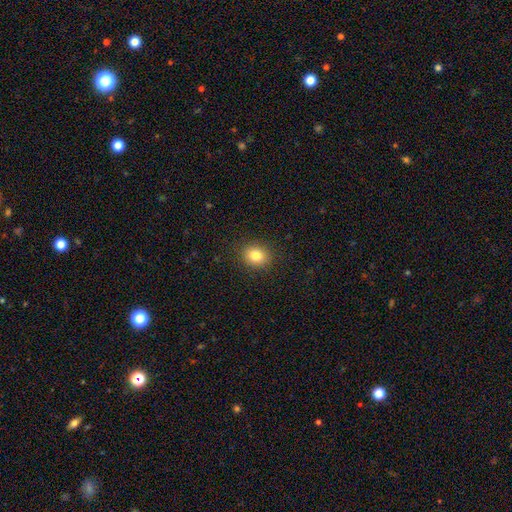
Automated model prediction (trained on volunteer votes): smooth-or-featured: smooth: 82% | star or artifact: 11% | featured or disk: 7%
  how-rounded: round: 63% | in between: 36% | cigar-shaped: 1%
  merging: none: 89% | minor disturbance: 7% | major disturbance: 2% | merger: 1%